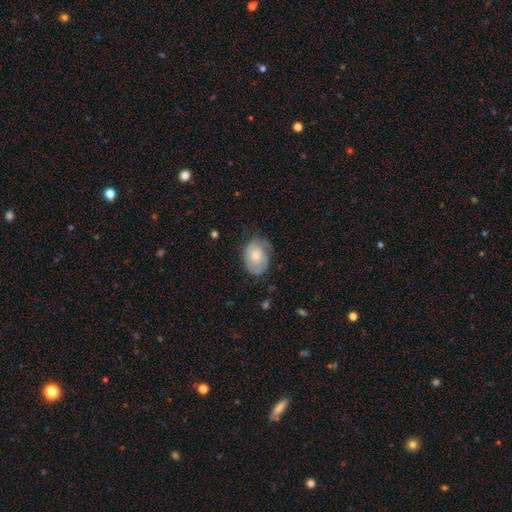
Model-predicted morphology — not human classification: Smooth or featured? featured or disk (47%)
Merging? none (58%)